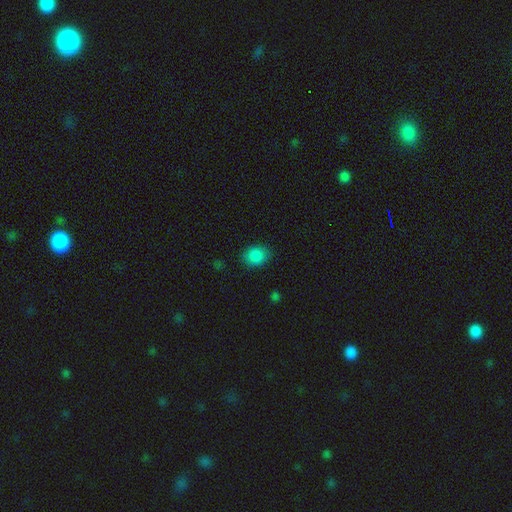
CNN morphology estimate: smooth-or-featured: smooth: 86% | star or artifact: 10% | featured or disk: 4%
  how-rounded: round: 54% | in between: 45% | cigar-shaped: 1%
  merging: none: 84% | minor disturbance: 12% | major disturbance: 3% | merger: 1%